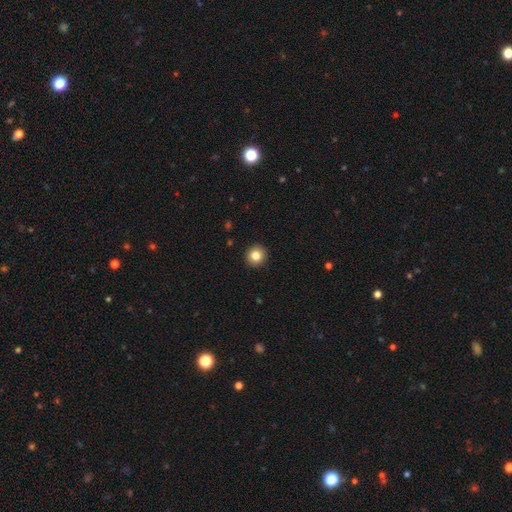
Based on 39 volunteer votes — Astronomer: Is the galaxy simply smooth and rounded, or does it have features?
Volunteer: smooth — 82%.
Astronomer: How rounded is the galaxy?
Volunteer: round — 94%.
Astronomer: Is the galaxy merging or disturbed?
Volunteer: none — 97%.